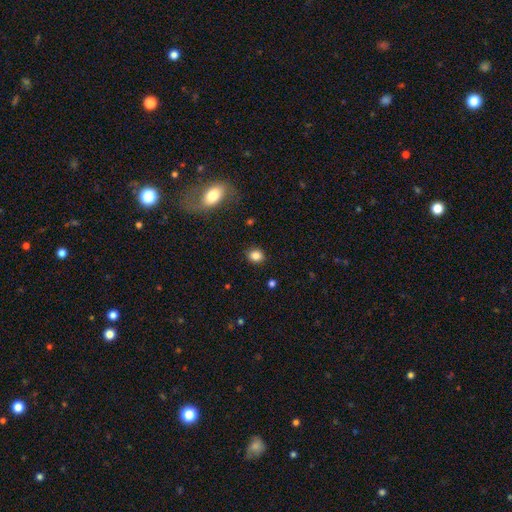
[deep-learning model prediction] Overall: smooth (84%). How rounded: round (67%; in between 32%). Merging: none (88%).